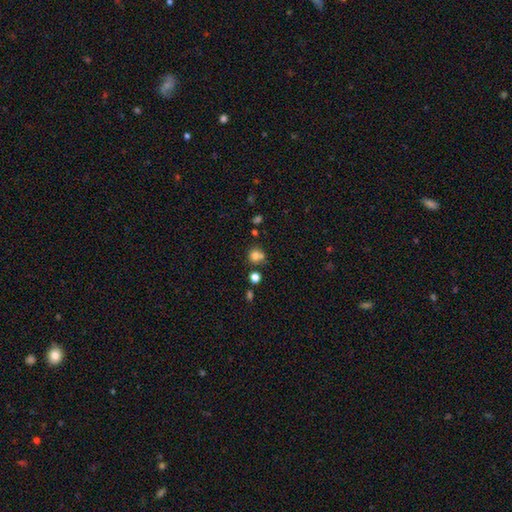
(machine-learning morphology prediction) smooth_or_featured: smooth (p=0.76) [alt: star or artifact p=0.14]
how_rounded: round (p=0.86) [alt: in between p=0.13]
merging: none (p=0.57) [alt: merger p=0.28]